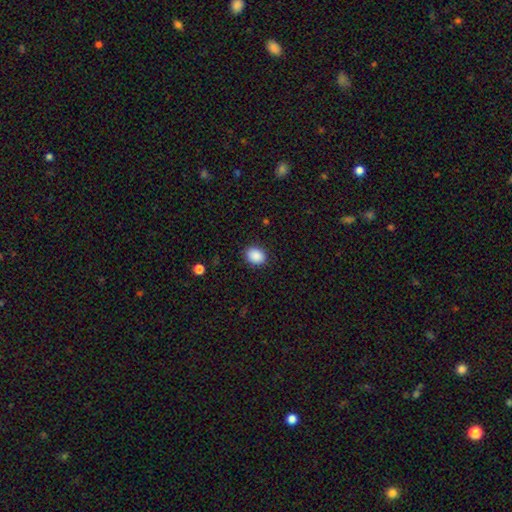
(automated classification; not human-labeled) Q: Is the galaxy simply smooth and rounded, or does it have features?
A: smooth — 89%.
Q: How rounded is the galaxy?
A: in between — 51%.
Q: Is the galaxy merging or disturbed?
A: none — 88%.